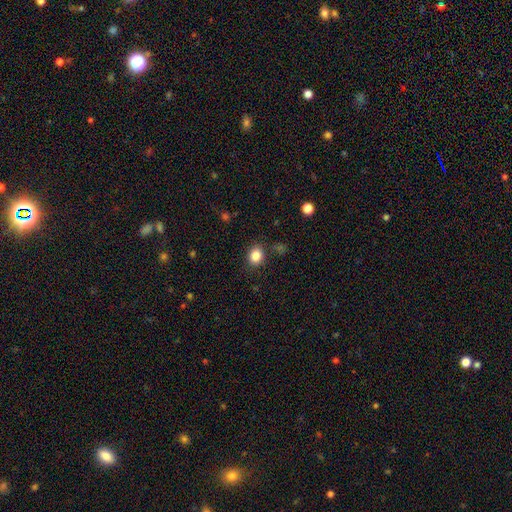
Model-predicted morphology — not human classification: A smooth galaxy with no disk features (85%) that is round (58%). Merging: none (85%).